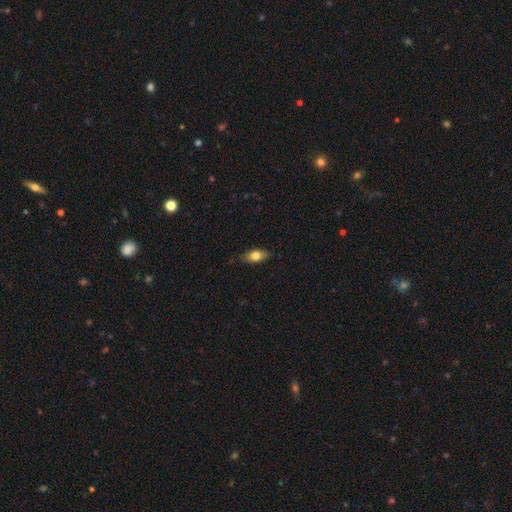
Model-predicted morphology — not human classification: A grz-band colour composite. It shows a smooth galaxy with no disk features (74%) that is in between round and cigar-shaped (82%). Merging: none (80%).